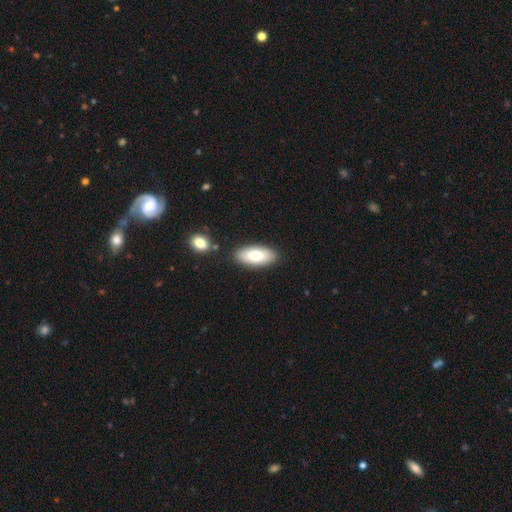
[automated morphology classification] This appears to be a smooth galaxy with no disk features (76%) that is in between round and cigar-shaped (87%). Merging: none (84%).